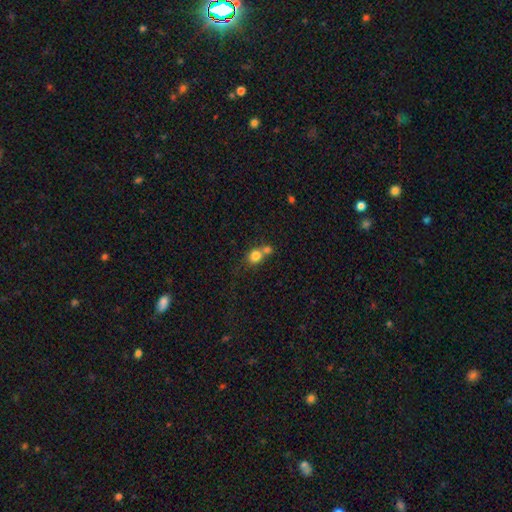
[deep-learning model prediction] smooth_or_featured: smooth (p=0.80) [alt: star or artifact p=0.11]
how_rounded: round (p=0.76) [alt: in between p=0.23]
merging: merger (p=0.52) [alt: none p=0.37]